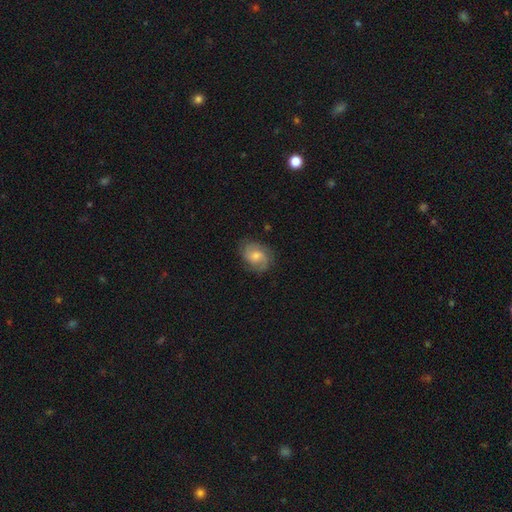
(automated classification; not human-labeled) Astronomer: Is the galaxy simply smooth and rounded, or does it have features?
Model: featured or disk — 63%.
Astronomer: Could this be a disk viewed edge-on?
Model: no — 97%.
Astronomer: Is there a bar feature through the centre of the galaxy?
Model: no — 55% (runner-up: weak, 39%).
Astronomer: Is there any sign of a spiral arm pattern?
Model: yes — 92%.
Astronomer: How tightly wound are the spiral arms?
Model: medium — 45% (runner-up: tight, 37%).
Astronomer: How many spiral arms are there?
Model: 2 — 69%.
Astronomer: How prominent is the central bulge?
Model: moderate — 55% (runner-up: small, 34%).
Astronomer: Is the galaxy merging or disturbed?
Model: none — 77%.